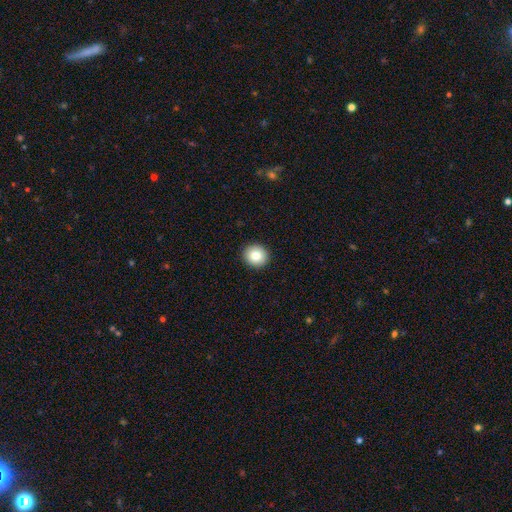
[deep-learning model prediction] Overall: smooth (82%). How rounded: round (89%). Merging: none (93%).